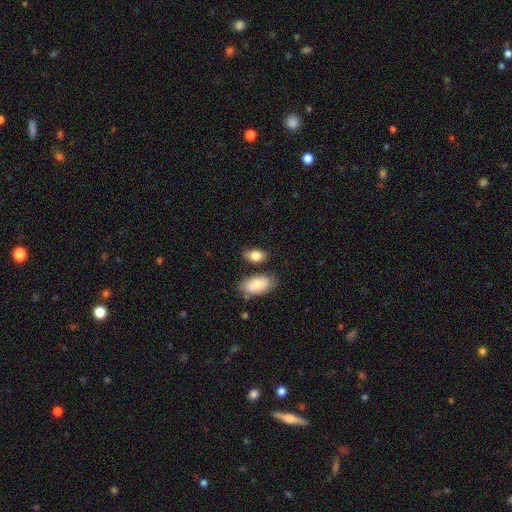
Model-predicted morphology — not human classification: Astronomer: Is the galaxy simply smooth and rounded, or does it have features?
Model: smooth — 84%.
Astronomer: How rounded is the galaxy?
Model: in between — 90%.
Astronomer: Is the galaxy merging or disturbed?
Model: none — 72%.